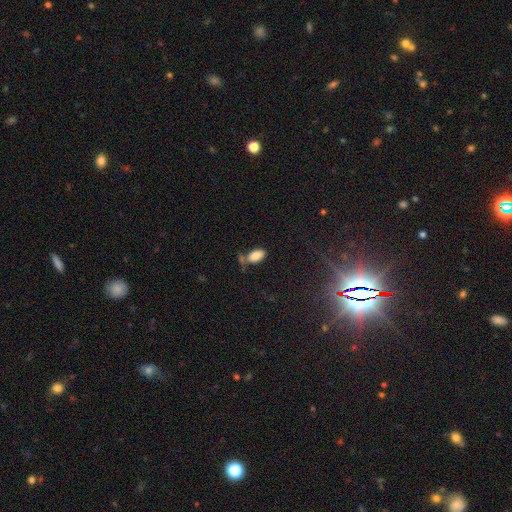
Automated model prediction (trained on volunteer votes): A smooth galaxy with no disk features (84%) that is in between round and cigar-shaped (94%). Merging: none (54%).